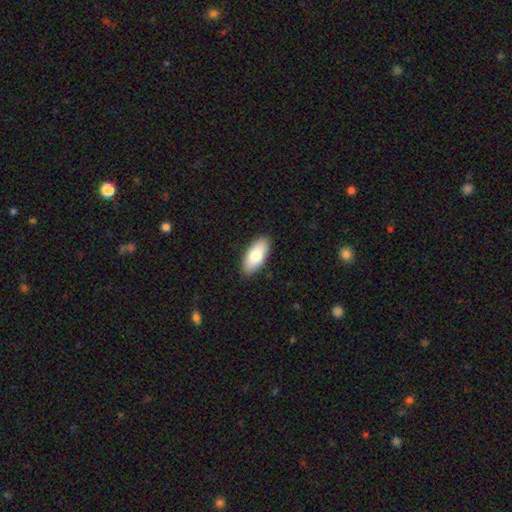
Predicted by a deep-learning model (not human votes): This is likely a smooth galaxy (78%). How rounded: clearly in between (88%). Merging: clearly none (89%).